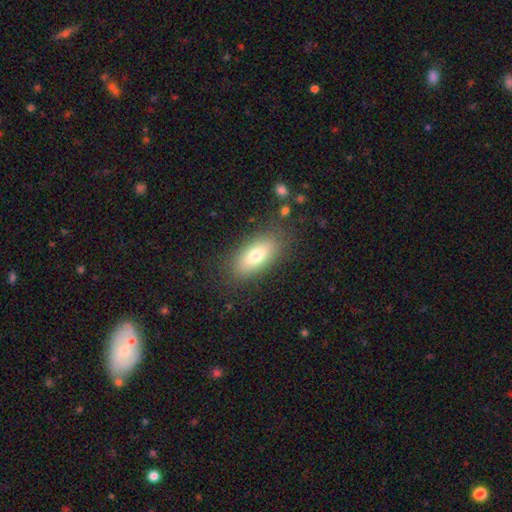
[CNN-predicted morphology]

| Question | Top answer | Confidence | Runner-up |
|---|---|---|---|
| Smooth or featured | smooth | 74% | featured or disk (19%) |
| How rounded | in between | 82% | cigar-shaped (15%) |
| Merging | none | 83% | minor disturbance (12%) |